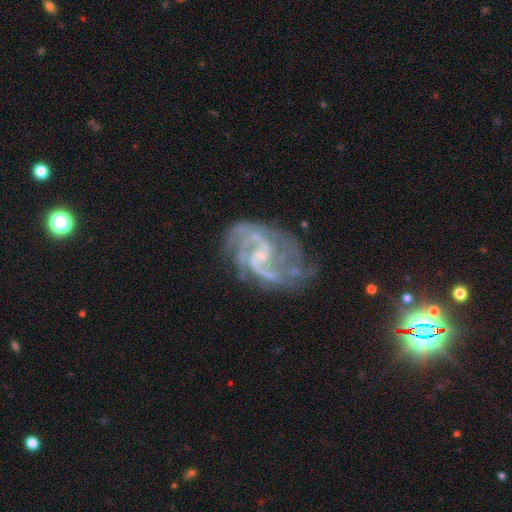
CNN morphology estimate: smooth_or_featured: featured or disk (p=0.84) [alt: star or artifact p=0.10]
disk_edge_on: no (p=0.98) [alt: yes p=0.02]
bar: weak (p=0.54) [alt: no p=0.27]
has_spiral_arms: yes (p=0.93) [alt: no p=0.07]
spiral_winding: medium (p=0.46) [alt: loose p=0.32]
spiral_arm_count: 2 (p=0.43) [alt: can't tell p=0.22]
bulge_size: small (p=0.58) [alt: moderate p=0.21]
merging: none (p=0.62) [alt: minor disturbance p=0.19]